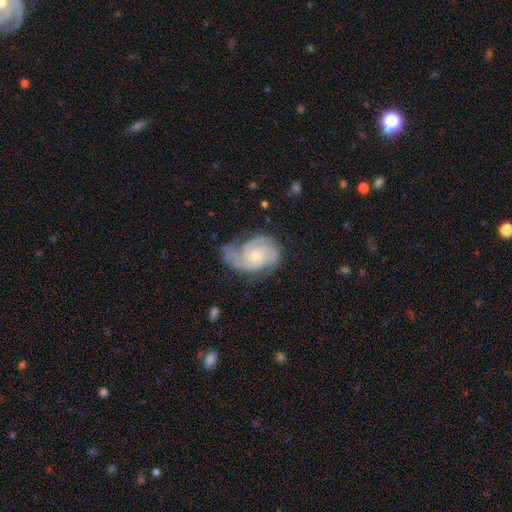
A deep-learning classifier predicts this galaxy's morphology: smooth_or_featured: featured or disk (p=0.88) [alt: smooth p=0.07]
disk_edge_on: no (p=0.98) [alt: yes p=0.02]
bar: no (p=0.70) [alt: weak p=0.26]
has_spiral_arms: yes (p=0.98) [alt: no p=0.02]
spiral_winding: tight (p=0.54) [alt: medium p=0.39]
spiral_arm_count: 3 (p=0.48) [alt: 2 p=0.27]
bulge_size: small (p=0.60) [alt: moderate p=0.36]
merging: none (p=0.61) [alt: minor disturbance p=0.26]